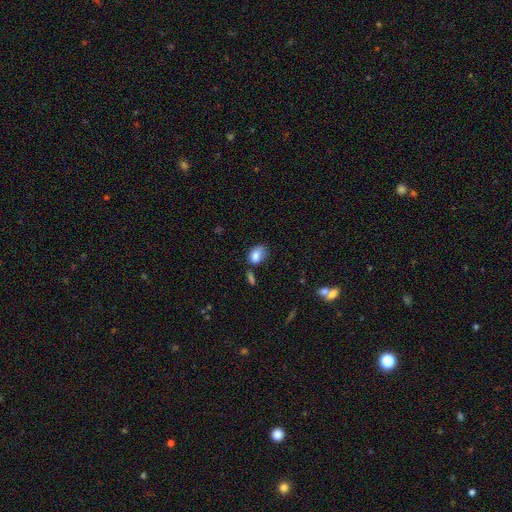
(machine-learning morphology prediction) Smooth or featured? Predicted: smooth (p=0.82). How rounded? Predicted: in between (p=0.80). Merging? Predicted: none (p=0.46).